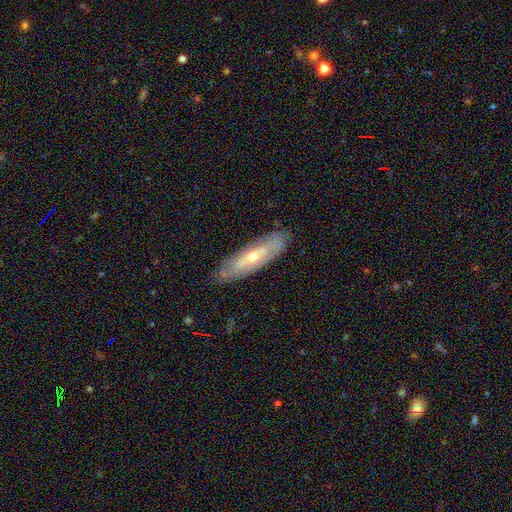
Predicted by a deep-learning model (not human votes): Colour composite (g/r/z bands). It shows a featured or disk galaxy (63%). Merging: none (86%).